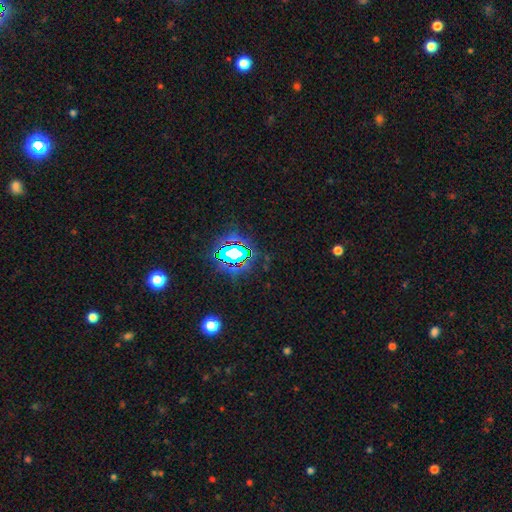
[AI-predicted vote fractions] Smooth or featured: star or artifact — 79% (smooth — 13%)